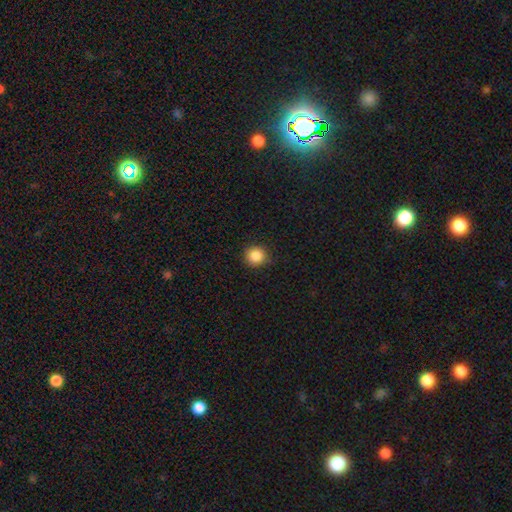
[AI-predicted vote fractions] smooth 86%, star or artifact 10%, featured or disk 3%. Down the decision tree: how rounded — round (92%); merging — none (89%).